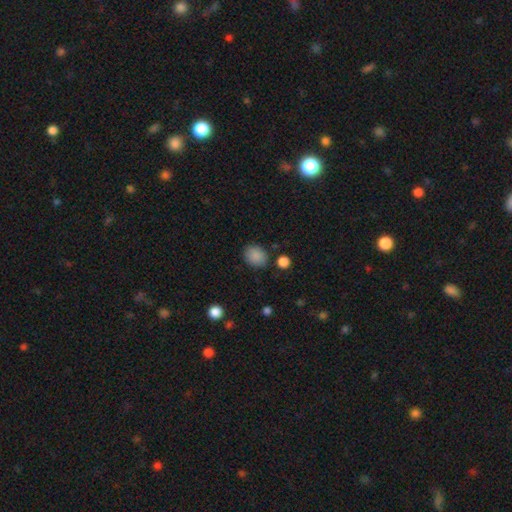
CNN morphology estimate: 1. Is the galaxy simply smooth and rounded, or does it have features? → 87% smooth, 9% star or artifact, 4% featured or disk.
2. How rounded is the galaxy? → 58% round, 41% in between, 1% cigar-shaped.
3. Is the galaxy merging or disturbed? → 80% none, 12% minor disturbance, 4% merger, 3% major disturbance.